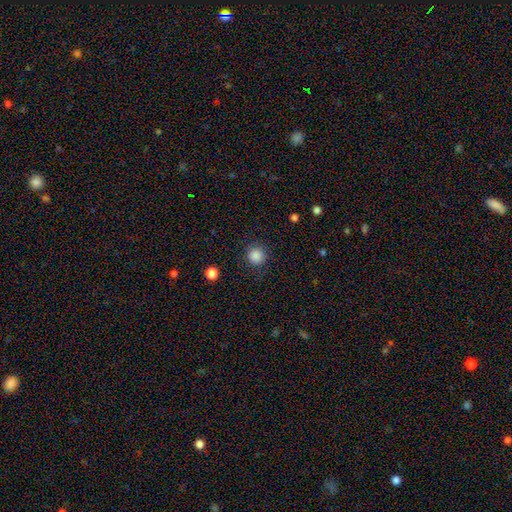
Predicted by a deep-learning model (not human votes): Smooth or featured?
  - smooth: 86% *
  - star or artifact: 10%
  - featured or disk: 3%
How rounded?
  - round: 93% *
  - in between: 6%
  - cigar-shaped: 1%
Merging?
  - none: 87% *
  - minor disturbance: 8%
  - major disturbance: 3%
  - merger: 1%